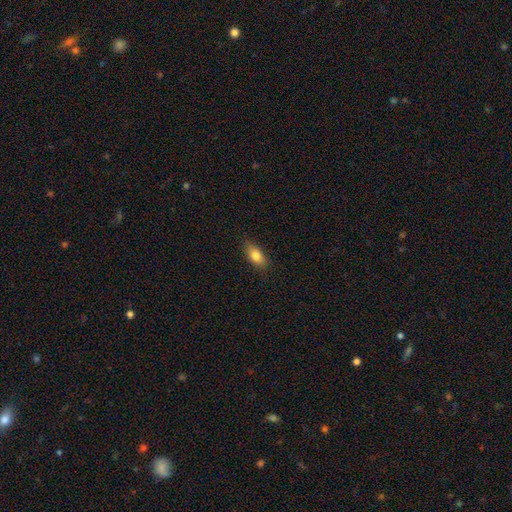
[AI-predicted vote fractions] A smooth galaxy with no disk features (81%) that is in between round and cigar-shaped (85%).

Vote fractions:
- Smooth or featured? smooth: 81% / featured or disk: 11% / star or artifact: 8%
- How rounded? in between: 85% / cigar-shaped: 9% / round: 6%
- Merging? none: 83% / minor disturbance: 13% / major disturbance: 2% / merger: 1%